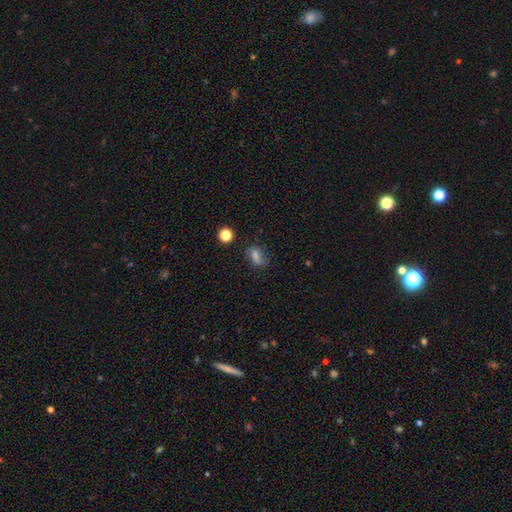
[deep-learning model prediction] A smooth galaxy with no disk features (57%) that is in between round and cigar-shaped (69%). Merging: none (70%).